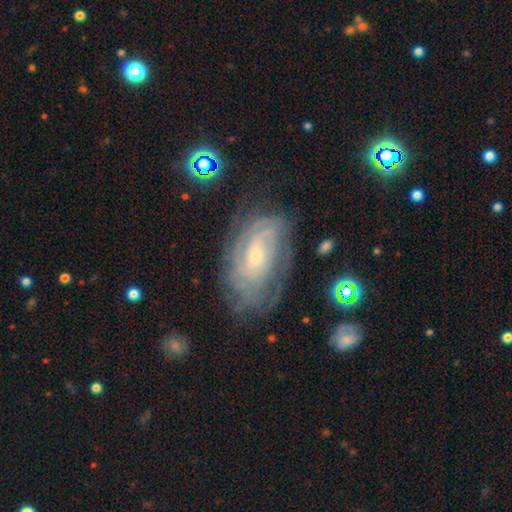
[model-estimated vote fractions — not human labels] Smooth or featured? featured or disk (81%)
Edge-on disk? no (95%)
Bar? no (62%)
Spiral arms? yes (93%)
Spiral winding? tight (70%)
Spiral arm count? can't tell (52%)
Bulge size? small (54%)
Merging? none (71%)